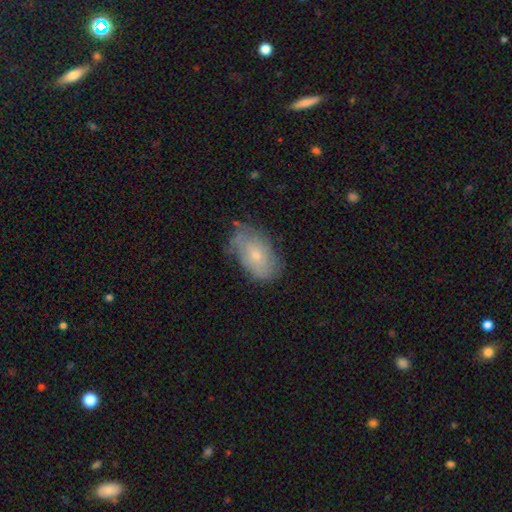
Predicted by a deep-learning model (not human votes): A featured or disk galaxy (50%). Merging: none (59%).